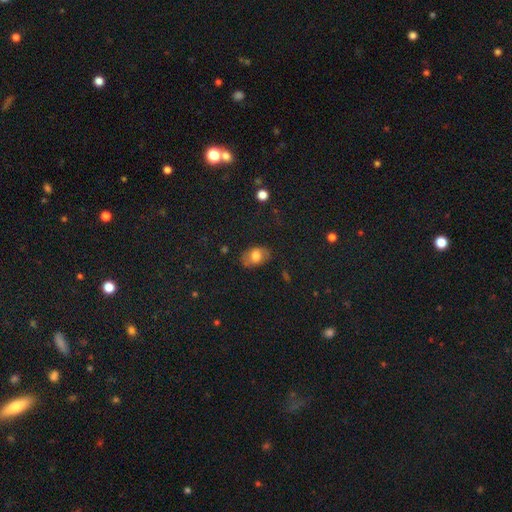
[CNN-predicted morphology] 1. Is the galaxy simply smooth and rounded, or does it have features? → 71% smooth, 19% featured or disk, 10% star or artifact.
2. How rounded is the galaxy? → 80% in between, 18% round, 1% cigar-shaped.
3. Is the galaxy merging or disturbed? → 76% none, 18% minor disturbance, 5% major disturbance, 1% merger.